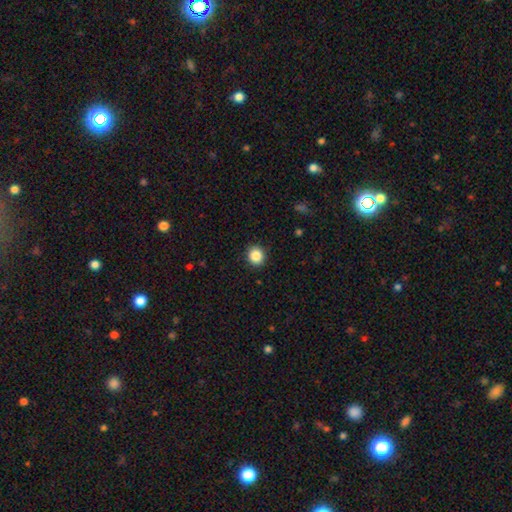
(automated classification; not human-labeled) Smooth or featured? Predicted: smooth (p=0.86). How rounded? Predicted: round (p=0.86). Merging? Predicted: none (p=0.91).